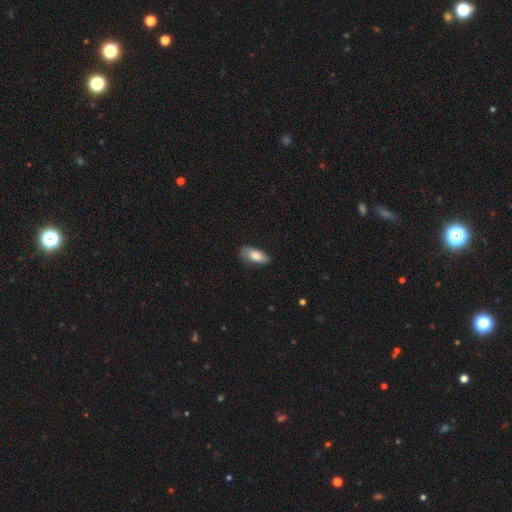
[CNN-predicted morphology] type=smooth (76%); roundness=in between (86%); merging=none (74%).